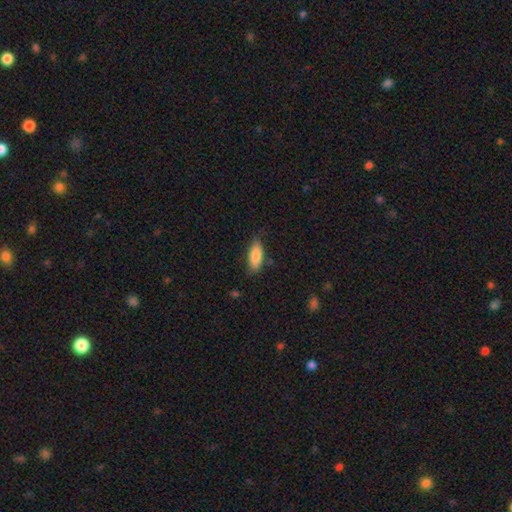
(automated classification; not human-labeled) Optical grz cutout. It shows a smooth galaxy with no disk features (85%) that is in between round and cigar-shaped (77%). Merging: none (77%).